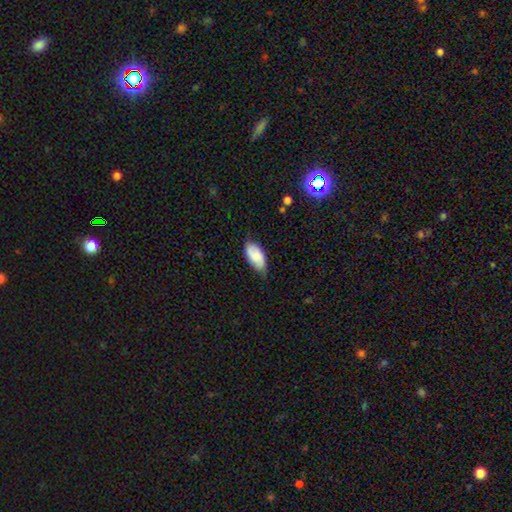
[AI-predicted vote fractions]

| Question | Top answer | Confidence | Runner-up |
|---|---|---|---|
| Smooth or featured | smooth | 70% | featured or disk (23%) |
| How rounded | in between | 94% | cigar-shaped (4%) |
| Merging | none | 59% | minor disturbance (34%) |